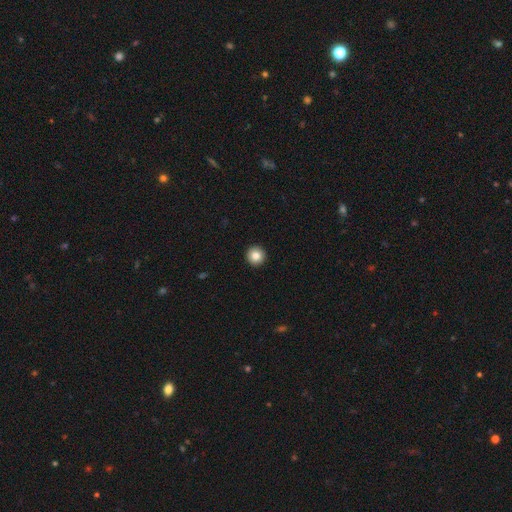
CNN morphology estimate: Smooth or featured: smooth — 85% (star or artifact — 9%)
How rounded: round — 96% (in between — 3%)
Merging: none — 94% (minor disturbance — 4%)